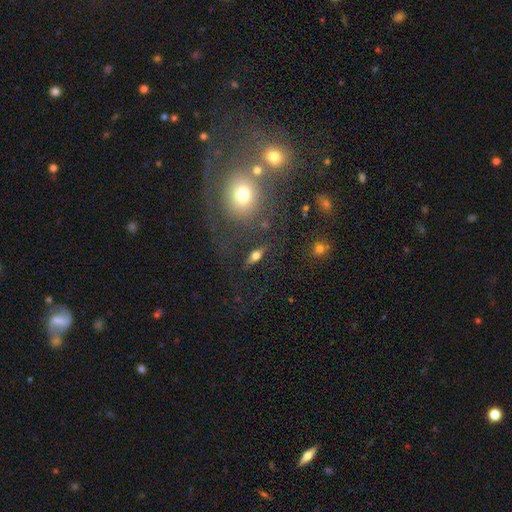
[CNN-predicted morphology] A smooth galaxy with no disk features (49%).

Vote fractions:
- Smooth or featured? smooth: 49% / featured or disk: 39% / star or artifact: 11%
- Merging? none: 83% / minor disturbance: 10% / major disturbance: 4% / merger: 3%